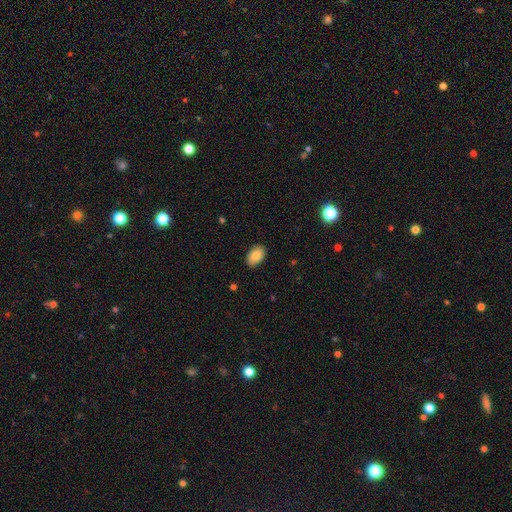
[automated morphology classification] Smooth or featured: smooth — 86% (star or artifact — 7%)
How rounded: in between — 91% (round — 8%)
Merging: none — 88% (minor disturbance — 9%)